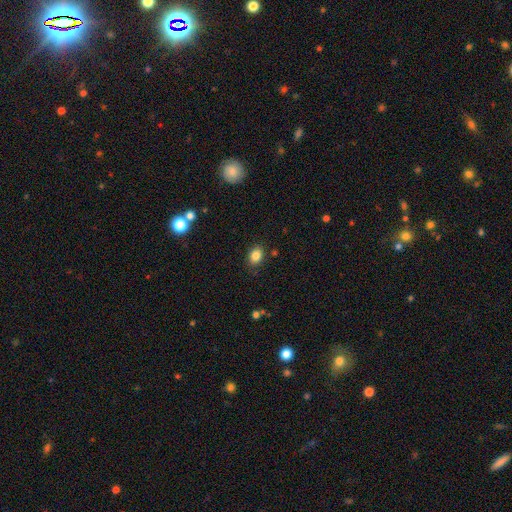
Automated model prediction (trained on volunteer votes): Smooth or featured? Predicted: smooth (p=0.84). How rounded? Predicted: in between (p=0.67). Merging? Predicted: none (p=0.85).